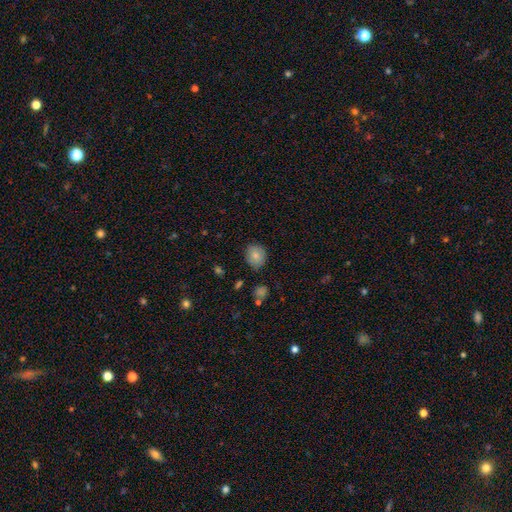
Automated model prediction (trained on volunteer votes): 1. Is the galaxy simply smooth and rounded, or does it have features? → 81% smooth, 10% featured or disk, 9% star or artifact.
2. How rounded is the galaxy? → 67% round, 32% in between, 1% cigar-shaped.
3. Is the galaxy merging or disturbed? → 79% none, 16% minor disturbance, 3% major disturbance, 2% merger.